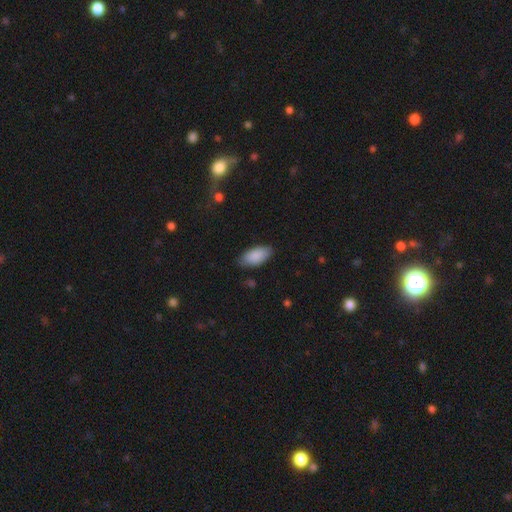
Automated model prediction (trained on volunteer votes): Smooth or featured? smooth (89%)
How rounded? in between (93%)
Merging? none (81%)